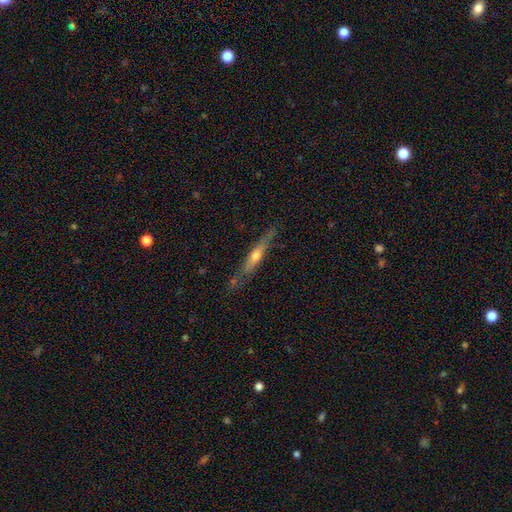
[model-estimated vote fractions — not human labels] A featured or disk galaxy (57%) viewed edge-on (91%) with a rounded central bulge (78%).

Vote fractions:
- Smooth or featured? featured or disk: 57% / smooth: 37% / star or artifact: 6%
- Edge-on disk? yes: 91% / no: 9%
- Edge-on bulge? rounded: 78% / none: 16% / boxy: 6%
- Merging? none: 74% / minor disturbance: 18% / major disturbance: 4% / merger: 3%